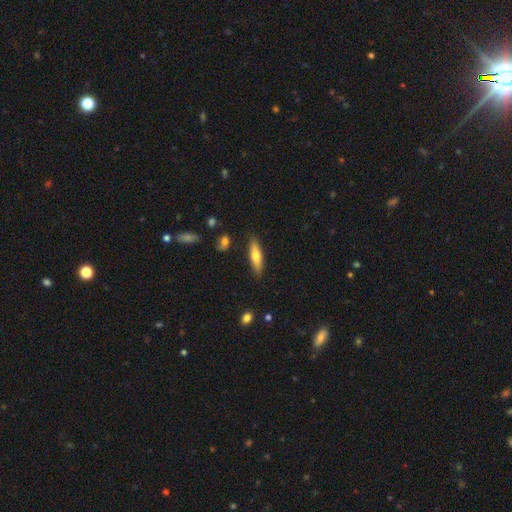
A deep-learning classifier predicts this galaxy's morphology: A smooth galaxy with no disk features (66%) that is cigar-shaped (66%).

Vote fractions:
- Smooth or featured? smooth: 66% / featured or disk: 28% / star or artifact: 6%
- How rounded? cigar-shaped: 66% / in between: 32% / round: 2%
- Merging? none: 85% / minor disturbance: 11% / major disturbance: 2% / merger: 2%